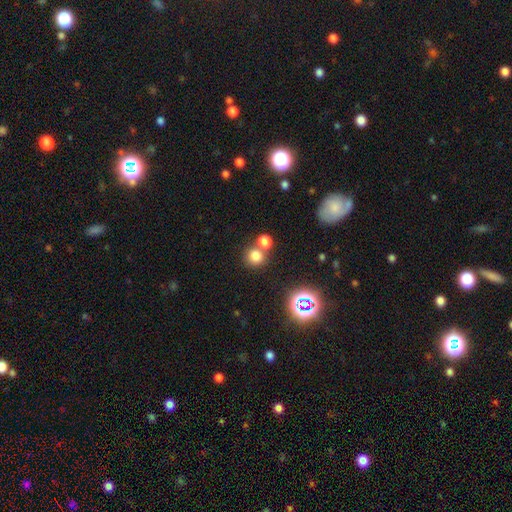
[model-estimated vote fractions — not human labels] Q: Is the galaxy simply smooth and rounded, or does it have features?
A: smooth — 76%.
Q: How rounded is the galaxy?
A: round — 88%.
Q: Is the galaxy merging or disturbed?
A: none — 59%.